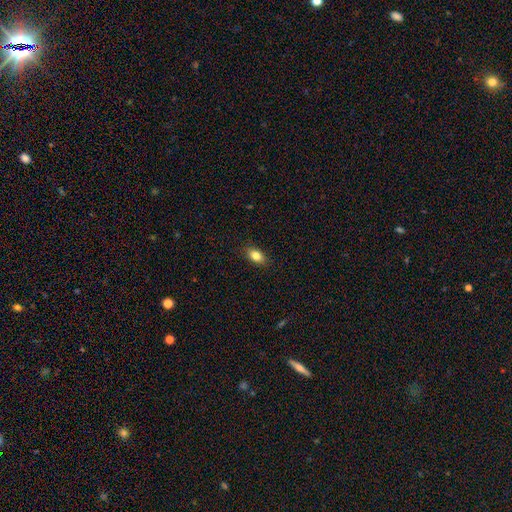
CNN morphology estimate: Smooth or featured? Predicted: smooth (p=0.83). How rounded? Predicted: in between (p=0.86). Merging? Predicted: none (p=0.88).